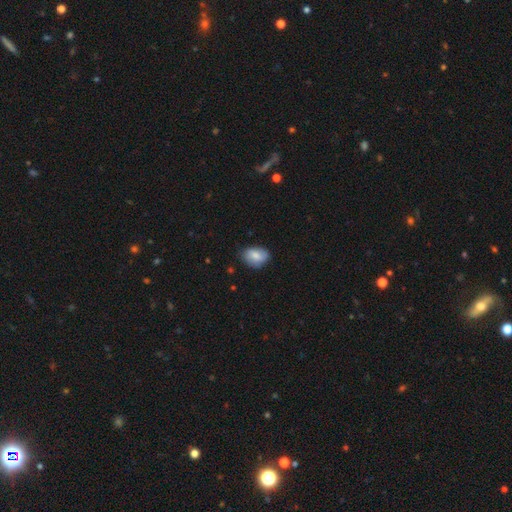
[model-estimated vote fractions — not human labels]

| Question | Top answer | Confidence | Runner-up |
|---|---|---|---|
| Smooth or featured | smooth | 73% | featured or disk (20%) |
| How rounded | in between | 79% | round (20%) |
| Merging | none | 72% | minor disturbance (22%) |